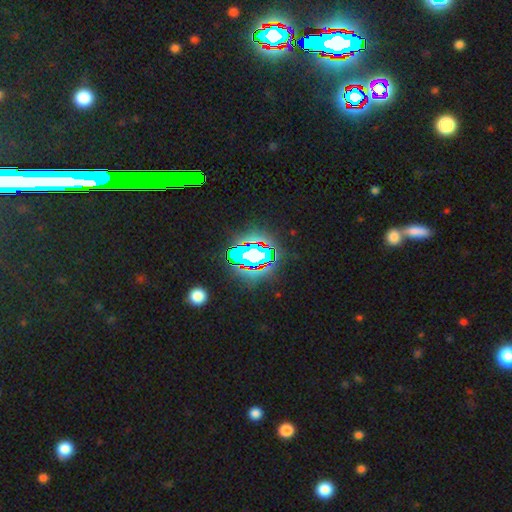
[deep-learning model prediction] smooth_or_featured: star or artifact (p=0.79) [alt: smooth p=0.11]